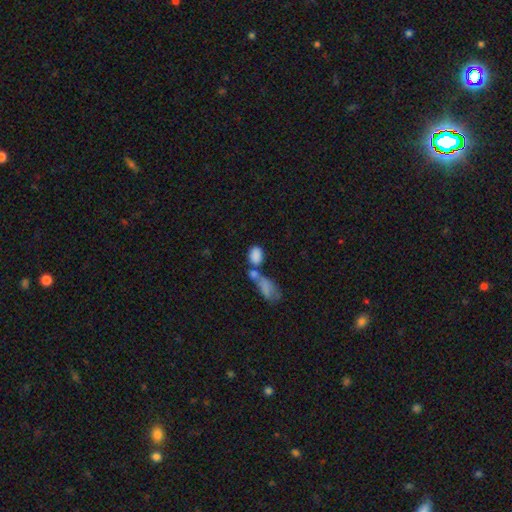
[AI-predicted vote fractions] Overall: smooth (83%). How rounded: in between (82%). Merging: merger (55%; none 29%).